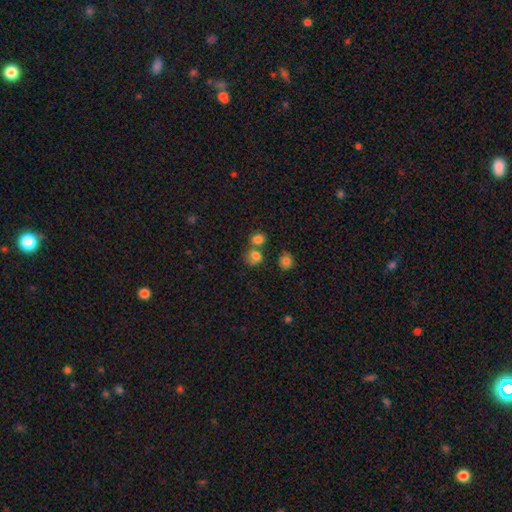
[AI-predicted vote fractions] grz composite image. It shows a smooth galaxy with no disk features (78%) that is round (66%). Merging: none (49%).